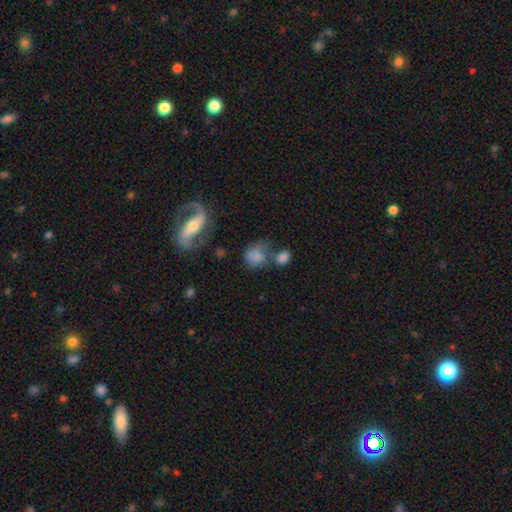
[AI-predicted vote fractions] Smooth or featured? Predicted: smooth (p=0.68). How rounded? Predicted: round (p=0.53). Merging? Predicted: none (p=0.36).